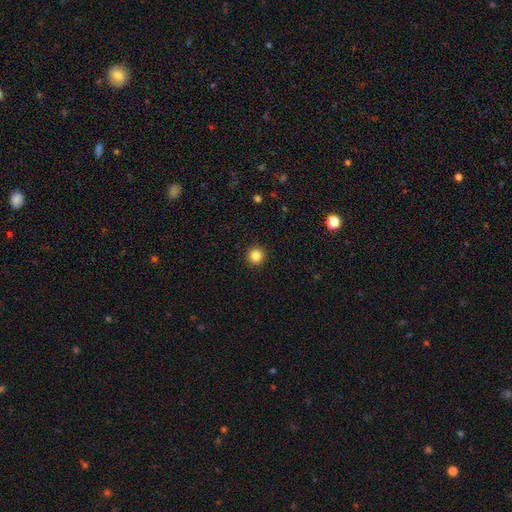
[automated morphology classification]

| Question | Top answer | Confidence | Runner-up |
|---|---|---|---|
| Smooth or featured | smooth | 85% | star or artifact (11%) |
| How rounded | round | 95% | in between (4%) |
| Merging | none | 93% | minor disturbance (4%) |